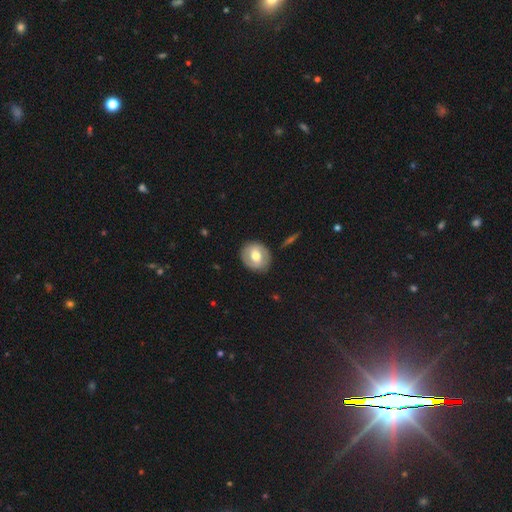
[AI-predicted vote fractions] Smooth or featured? Predicted: smooth (p=0.51). How rounded? Predicted: round (p=0.72). Merging? Predicted: none (p=0.86).